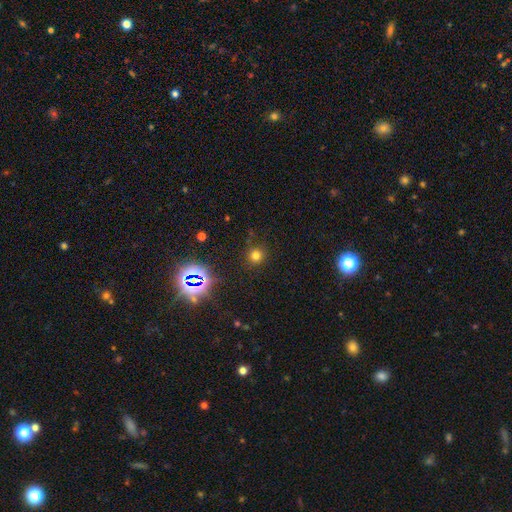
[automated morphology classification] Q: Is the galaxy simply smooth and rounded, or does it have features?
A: smooth — 69%.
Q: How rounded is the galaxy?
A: round — 93%.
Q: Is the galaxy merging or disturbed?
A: none — 86%.